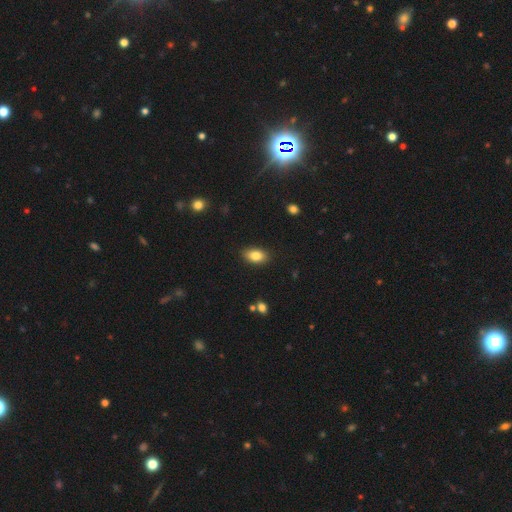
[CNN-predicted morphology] The model was most divided on "merging": none: 86%, minor disturbance: 11%, major disturbance: 2%, merger: 1%. More confident: how rounded — in between (88%); smooth or featured — smooth (84%).